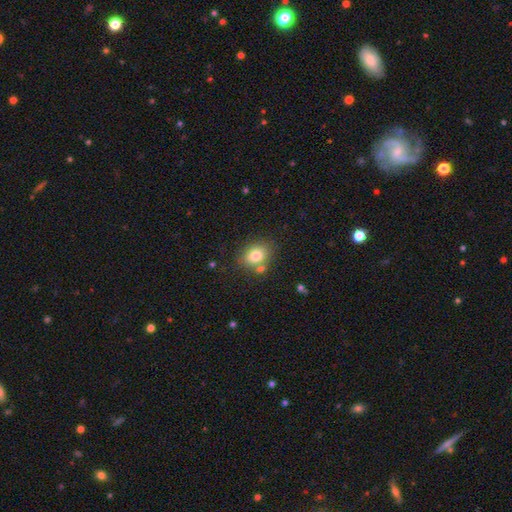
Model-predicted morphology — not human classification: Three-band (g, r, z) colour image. It shows a smooth galaxy with no disk features (80%) that is in between round and cigar-shaped (57%). Merging: none (70%).